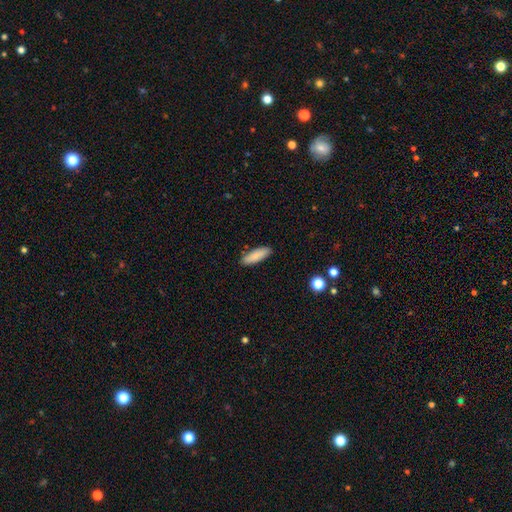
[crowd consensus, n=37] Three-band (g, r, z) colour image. It shows a smooth galaxy with no disk features (86%) that is in between round and cigar-shaped (59%). Merging: none (92%).